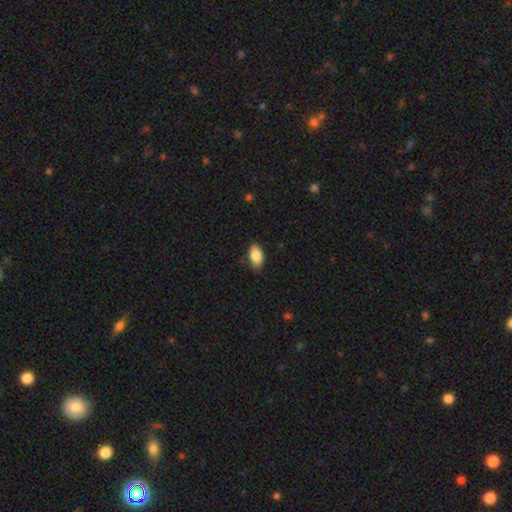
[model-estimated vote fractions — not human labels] A smooth galaxy with no disk features (86%) that is in between round and cigar-shaped (93%). Merging: none (82%).